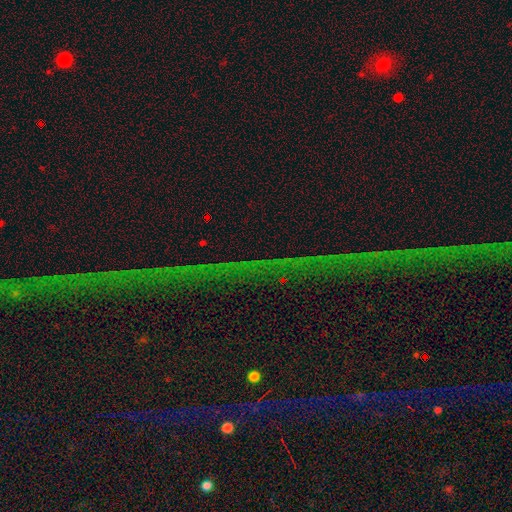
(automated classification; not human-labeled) A star or artifact, not a galaxy (85%).

Vote fractions:
- Smooth or featured? star or artifact: 85% / featured or disk: 8% / smooth: 7%